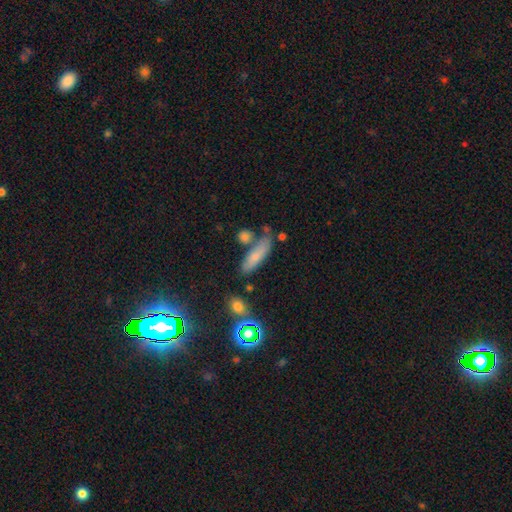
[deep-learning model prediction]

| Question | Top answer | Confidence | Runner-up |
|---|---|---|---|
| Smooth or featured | smooth | 71% | featured or disk (17%) |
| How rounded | cigar-shaped | 59% | in between (38%) |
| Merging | none | 65% | minor disturbance (16%) |